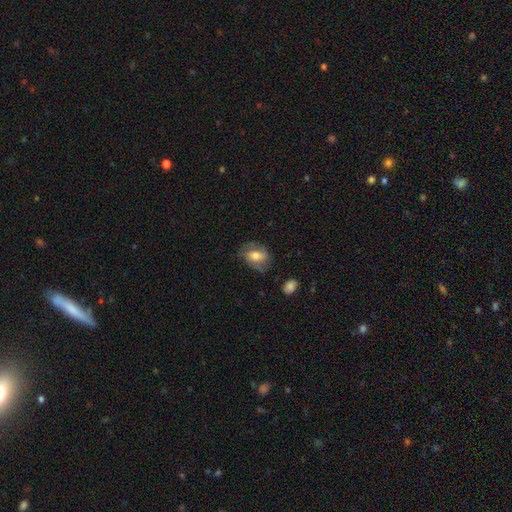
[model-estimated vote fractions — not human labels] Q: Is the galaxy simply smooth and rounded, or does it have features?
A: smooth — 52%.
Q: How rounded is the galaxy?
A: in between — 71%.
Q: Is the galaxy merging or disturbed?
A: none — 65%.